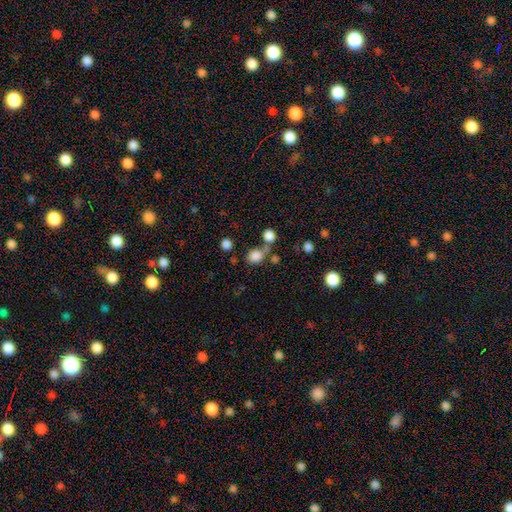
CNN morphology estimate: Smooth or featured? Predicted: smooth (p=0.82). How rounded? Predicted: round (p=0.72). Merging? Predicted: none (p=0.54).